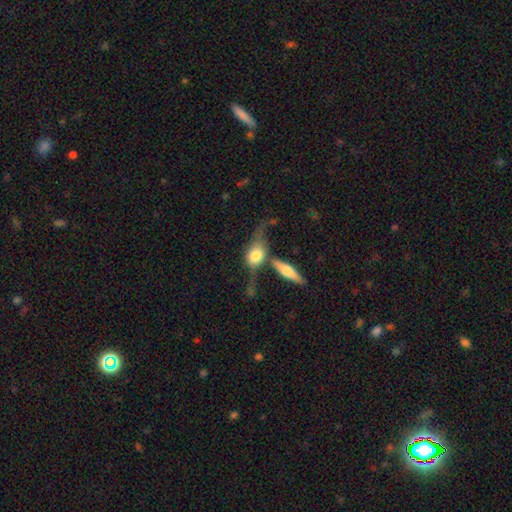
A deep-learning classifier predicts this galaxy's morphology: A featured or disk galaxy (51%) viewed edge-on (71%).

Vote fractions:
- Smooth or featured? featured or disk: 51% / smooth: 41% / star or artifact: 8%
- Edge-on disk? yes: 71% / no: 29%
- Merging? merger: 34% / none: 30% / major disturbance: 19% / minor disturbance: 16%